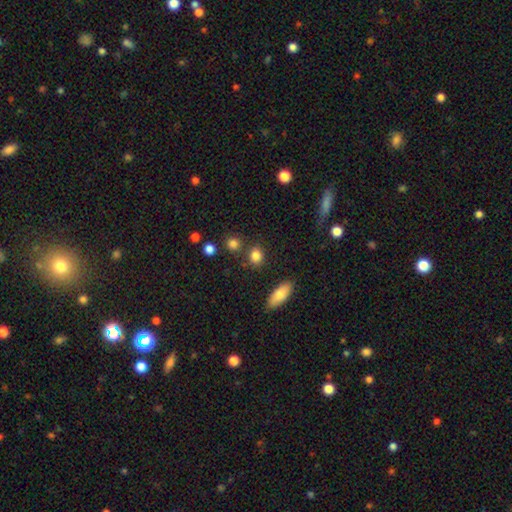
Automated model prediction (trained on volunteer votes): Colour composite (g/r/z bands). It shows a smooth galaxy with no disk features (84%) that is round (69%). Merging: none (78%).